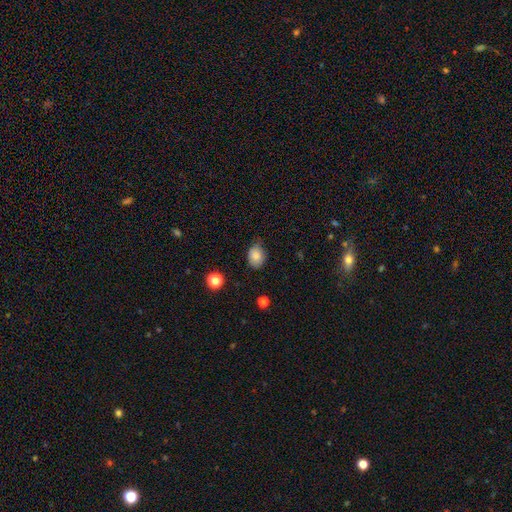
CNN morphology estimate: type=smooth (85%); roundness=in between (61%); merging=none (67%).